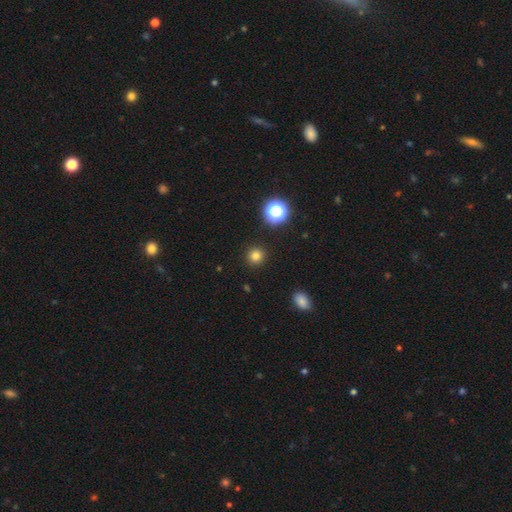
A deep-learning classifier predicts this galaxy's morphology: Q: Smooth or featured?
A: smooth (79%); runner-up: star or artifact (16%)
Q: How rounded?
A: round (93%); runner-up: in between (6%)
Q: Merging?
A: none (92%); runner-up: minor disturbance (5%)